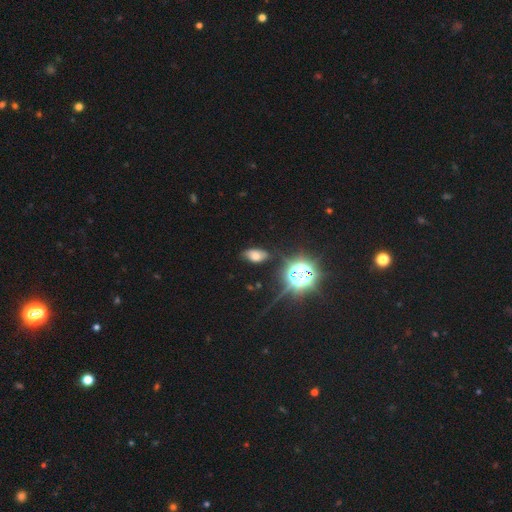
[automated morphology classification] A smooth galaxy with no disk features (56%) that is in between round and cigar-shaped (91%).

Vote fractions:
- Smooth or featured? smooth: 56% / star or artifact: 29% / featured or disk: 16%
- How rounded? in between: 91% / round: 6% / cigar-shaped: 3%
- Merging? none: 76% / minor disturbance: 17% / major disturbance: 5% / merger: 3%